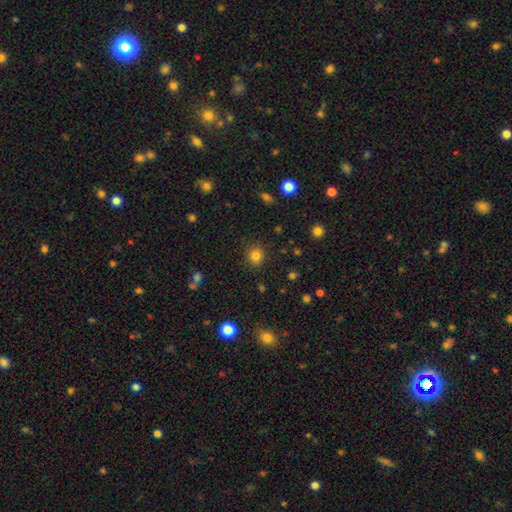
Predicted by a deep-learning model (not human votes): Q: Smooth or featured?
A: smooth (81%); runner-up: star or artifact (13%)
Q: How rounded?
A: round (75%); runner-up: in between (24%)
Q: Merging?
A: none (88%); runner-up: minor disturbance (8%)